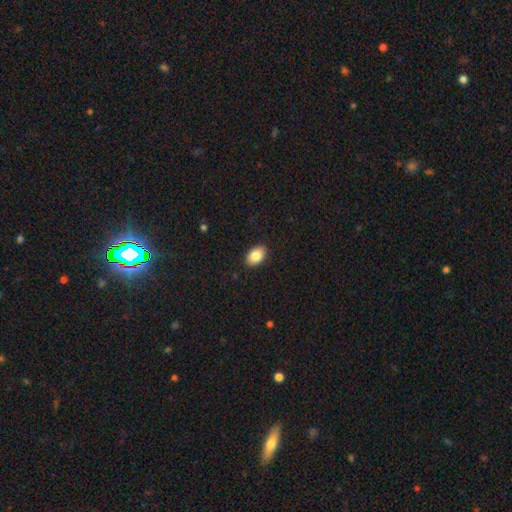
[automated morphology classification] Q: Smooth or featured?
A: smooth (85%); runner-up: star or artifact (8%)
Q: How rounded?
A: in between (87%); runner-up: round (12%)
Q: Merging?
A: none (90%); runner-up: minor disturbance (7%)